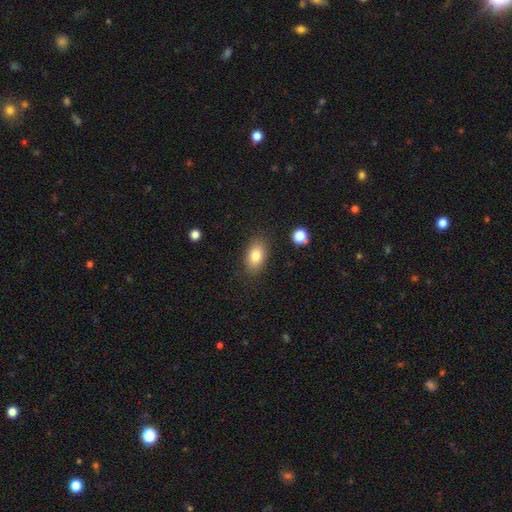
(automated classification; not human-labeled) smooth-or-featured: smooth: 81% | featured or disk: 11% | star or artifact: 9%
  how-rounded: in between: 89% | round: 9% | cigar-shaped: 2%
  merging: none: 84% | minor disturbance: 11% | major disturbance: 3% | merger: 2%